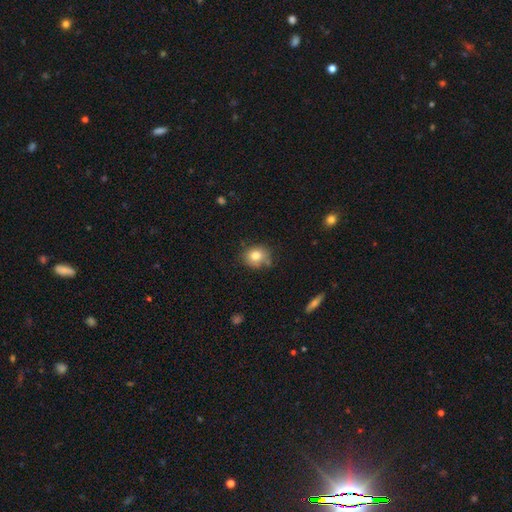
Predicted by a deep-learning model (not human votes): A smooth galaxy with no disk features (80%) that is round (65%).

Vote fractions:
- Smooth or featured? smooth: 80% / star or artifact: 10% / featured or disk: 10%
- How rounded? round: 65% / in between: 34% / cigar-shaped: 1%
- Merging? none: 71% / minor disturbance: 20% / merger: 5% / major disturbance: 4%